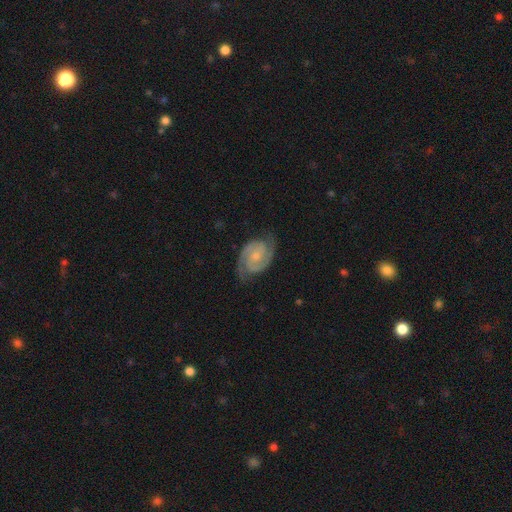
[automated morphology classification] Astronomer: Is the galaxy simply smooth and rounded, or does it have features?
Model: featured or disk — 90%.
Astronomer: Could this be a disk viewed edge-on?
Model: no — 98%.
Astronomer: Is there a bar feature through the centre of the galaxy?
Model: no — 55% (runner-up: weak, 37%).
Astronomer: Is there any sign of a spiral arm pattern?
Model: yes — 98%.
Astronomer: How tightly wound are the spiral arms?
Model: tight — 54% (runner-up: medium, 40%).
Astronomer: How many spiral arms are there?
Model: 2 — 93%.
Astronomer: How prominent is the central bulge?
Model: small — 51% (runner-up: moderate, 36%).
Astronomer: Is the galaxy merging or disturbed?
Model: none — 80%.